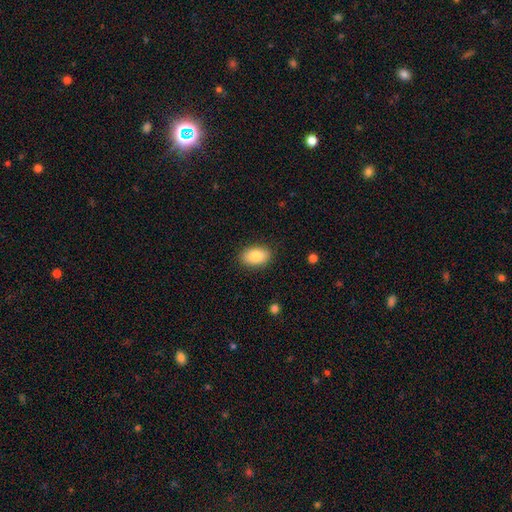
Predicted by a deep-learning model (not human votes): smooth_or_featured: smooth (p=0.85) [alt: featured or disk p=0.08]
how_rounded: in between (p=0.91) [alt: round p=0.08]
merging: none (p=0.88) [alt: minor disturbance p=0.09]